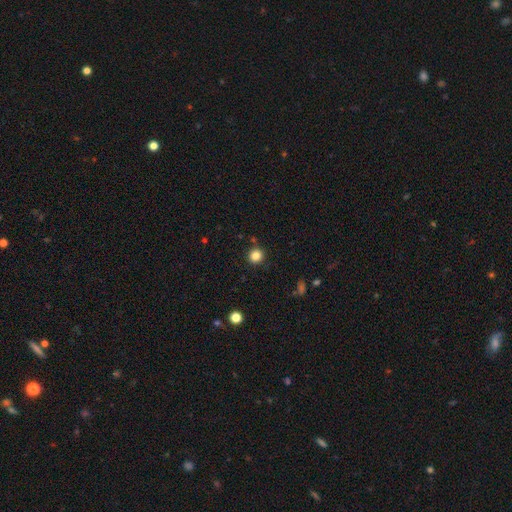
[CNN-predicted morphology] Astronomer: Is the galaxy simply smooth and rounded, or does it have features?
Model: smooth — 84%.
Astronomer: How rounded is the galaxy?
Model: round — 91%.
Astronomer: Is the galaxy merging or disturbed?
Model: none — 88%.